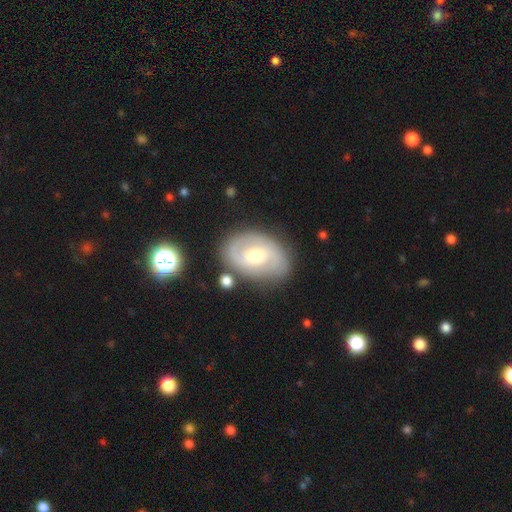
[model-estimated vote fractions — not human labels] Smooth or featured? featured or disk (66%)
Edge-on disk? no (95%)
Bar? weak (48%)
Spiral arms? yes (75%)
Bulge size? moderate (67%)
Merging? none (76%)